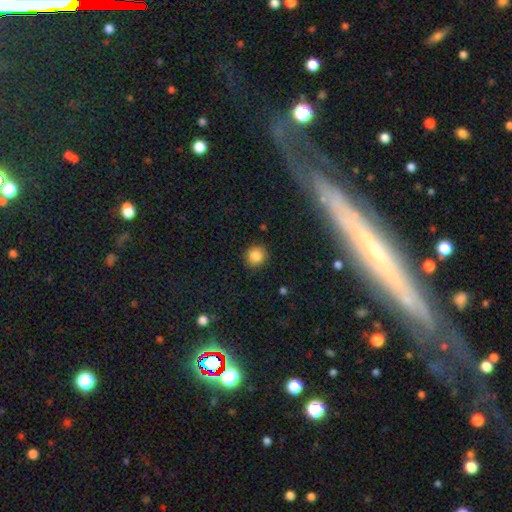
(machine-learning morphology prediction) Smooth or featured? smooth (84%)
How rounded? round (92%)
Merging? none (89%)